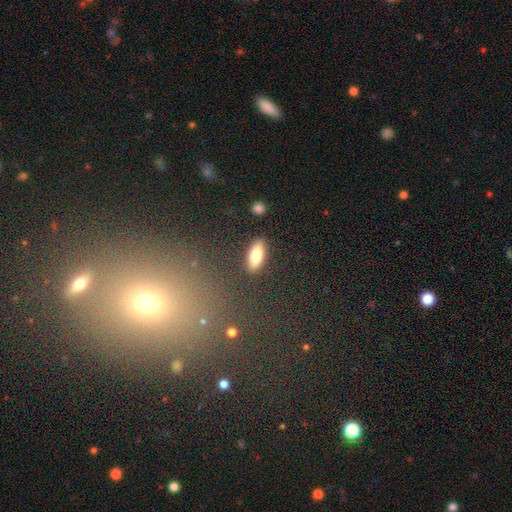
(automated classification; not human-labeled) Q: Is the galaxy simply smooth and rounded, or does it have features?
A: smooth — 81%.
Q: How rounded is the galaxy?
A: in between — 80%.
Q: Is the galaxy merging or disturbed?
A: none — 87%.